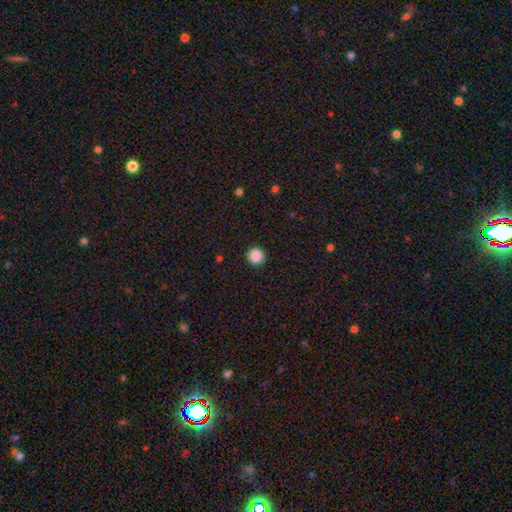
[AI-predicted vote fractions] smooth-or-featured: smooth: 88% | star or artifact: 9% | featured or disk: 3%
  how-rounded: round: 94% | in between: 5% | cigar-shaped: 1%
  merging: none: 91% | minor disturbance: 6% | major disturbance: 2% | merger: 1%